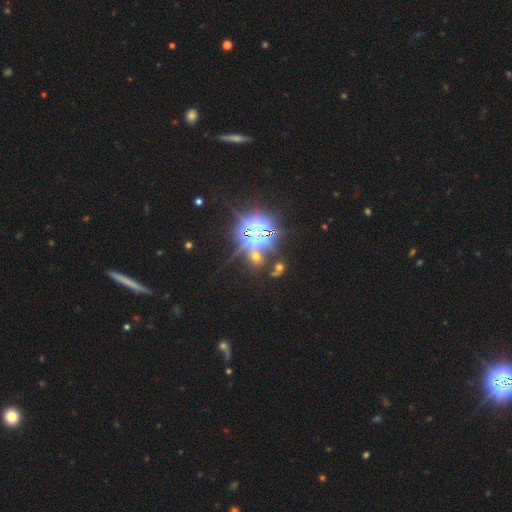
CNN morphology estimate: The model was most divided on "smooth or featured": star or artifact: 64%, smooth: 24%, featured or disk: 12%.